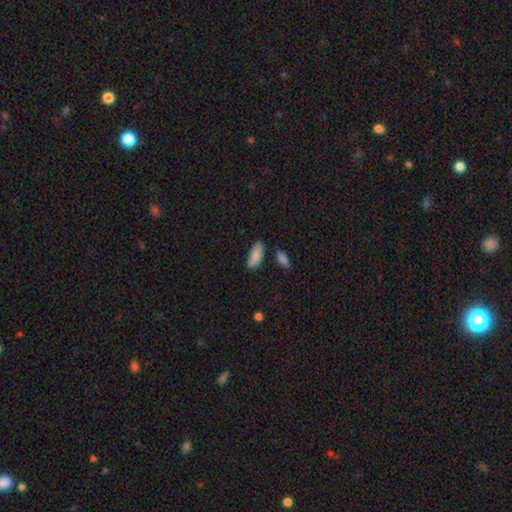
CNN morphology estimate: Smooth or featured? Predicted: smooth (p=0.85). How rounded? Predicted: in between (p=0.76). Merging? Predicted: none (p=0.71).